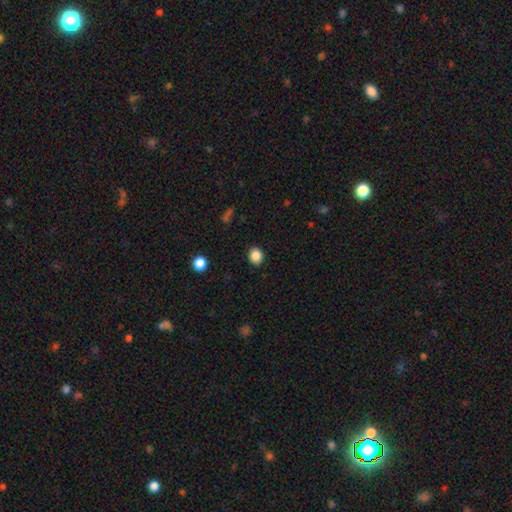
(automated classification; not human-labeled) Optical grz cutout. It shows a smooth galaxy with no disk features (86%) that is round (70%). Merging: none (90%).